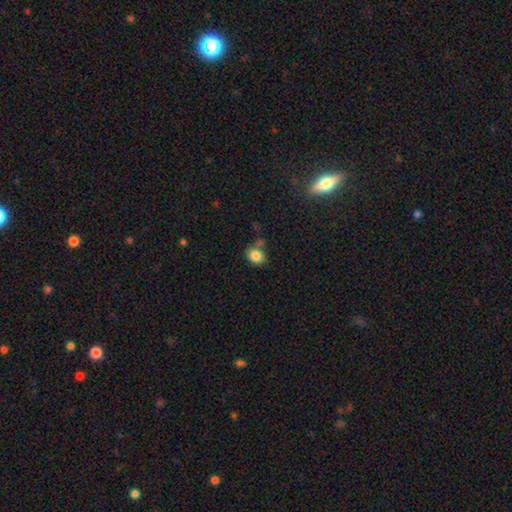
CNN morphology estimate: smooth_or_featured: smooth (p=0.84) [alt: star or artifact p=0.10]
how_rounded: round (p=0.59) [alt: in between p=0.40]
merging: none (p=0.67) [alt: minor disturbance p=0.16]